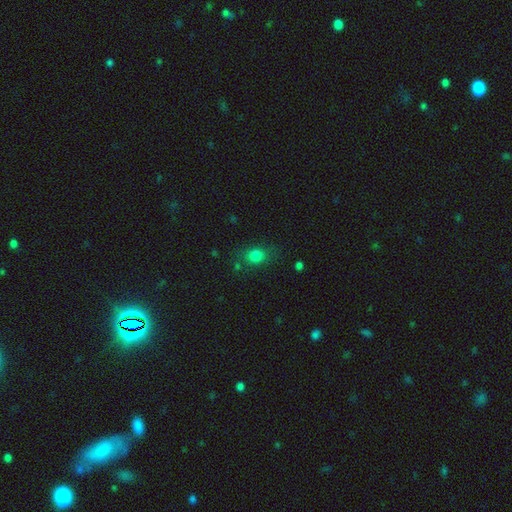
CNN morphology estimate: A smooth galaxy with no disk features (79%) that is in between round and cigar-shaped (51%).

Vote fractions:
- Smooth or featured? smooth: 79% / star or artifact: 13% / featured or disk: 8%
- How rounded? in between: 51% / round: 47% / cigar-shaped: 2%
- Merging? none: 74% / minor disturbance: 16% / major disturbance: 6% / merger: 3%